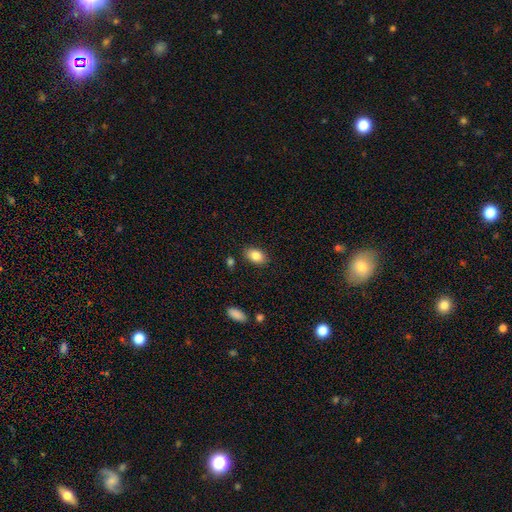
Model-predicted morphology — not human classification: This is clearly a smooth galaxy (84%). How rounded: clearly in between (88%). Merging: clearly none (84%).